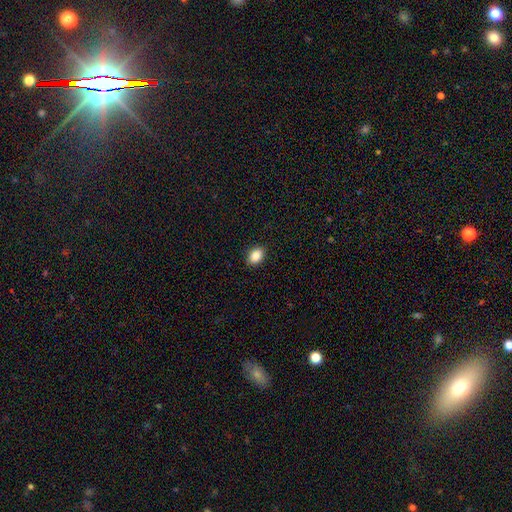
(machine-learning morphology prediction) Smooth or featured?
  - smooth: 87% *
  - star or artifact: 8%
  - featured or disk: 4%
How rounded?
  - in between: 77% *
  - round: 22%
  - cigar-shaped: 1%
Merging?
  - none: 89% *
  - minor disturbance: 8%
  - major disturbance: 2%
  - merger: 1%